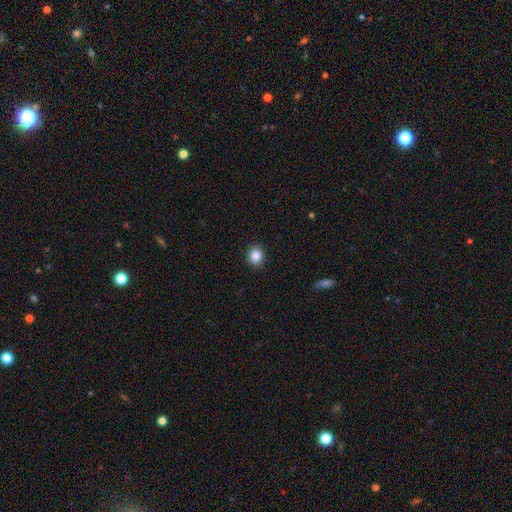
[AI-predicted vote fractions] The model was most divided on "how rounded": round: 74%, in between: 25%, cigar-shaped: 1%. More confident: merging — none (91%); smooth or featured — smooth (86%).